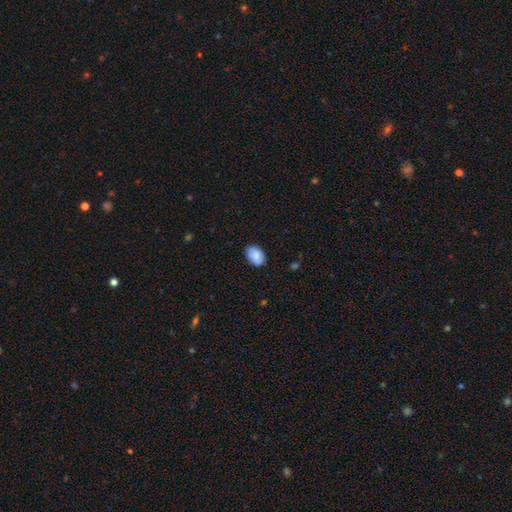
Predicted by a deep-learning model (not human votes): smooth-or-featured: smooth: 86% | featured or disk: 7% | star or artifact: 7%
  how-rounded: in between: 86% | round: 13% | cigar-shaped: 1%
  merging: none: 83% | minor disturbance: 13% | major disturbance: 2% | merger: 1%